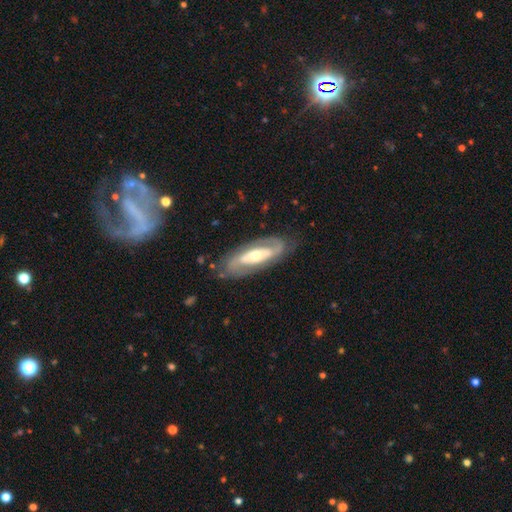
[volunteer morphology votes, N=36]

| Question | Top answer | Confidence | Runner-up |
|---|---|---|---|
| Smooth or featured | featured or disk | 86% | smooth (11%) |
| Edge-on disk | no | 94% | yes (6%) |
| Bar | no | 62% | weak (28%) |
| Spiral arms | yes | 97% | no (3%) |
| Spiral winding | tight | 54% | medium (39%) |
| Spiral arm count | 2 | 86% | 1 (7%) |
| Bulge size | moderate | 48% | tied: small (48%) |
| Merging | none | 83% | minor disturbance (9%) |